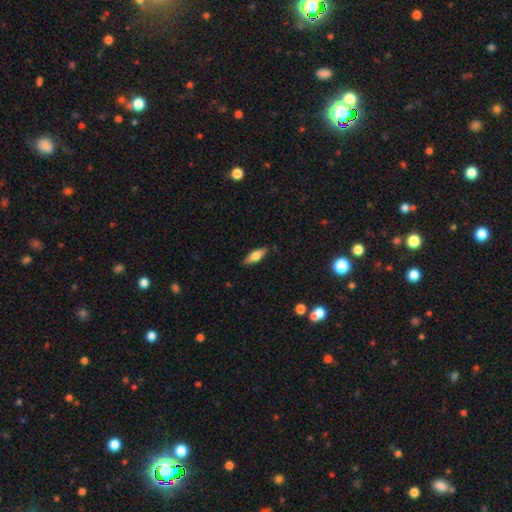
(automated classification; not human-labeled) Morphology: type=smooth (60%); roundness=in between (60%); merging=none (85%).